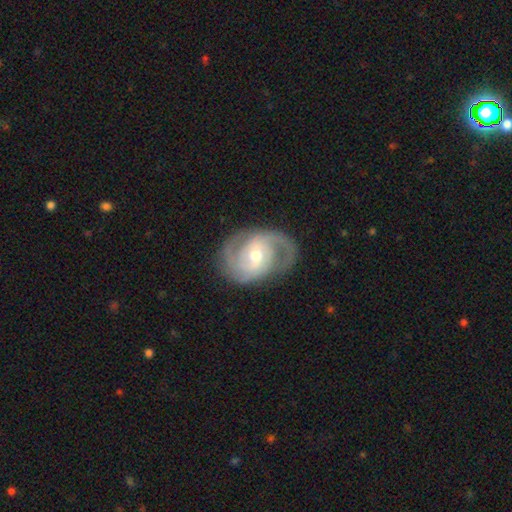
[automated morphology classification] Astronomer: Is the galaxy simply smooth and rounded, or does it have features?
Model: featured or disk — 87%.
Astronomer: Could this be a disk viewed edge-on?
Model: no — 97%.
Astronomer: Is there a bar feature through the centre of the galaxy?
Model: weak — 44% (runner-up: no, 40%).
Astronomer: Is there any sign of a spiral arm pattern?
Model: yes — 96%.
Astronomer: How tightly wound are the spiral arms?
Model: medium — 45% (runner-up: tight, 42%).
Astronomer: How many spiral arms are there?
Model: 2 — 69%.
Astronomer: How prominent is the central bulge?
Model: moderate — 61%.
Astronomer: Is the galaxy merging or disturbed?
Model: none — 77%.